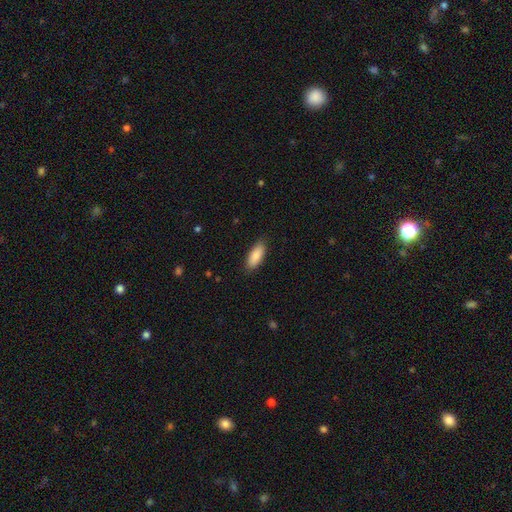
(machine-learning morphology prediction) smooth_or_featured: smooth (p=0.88) [alt: featured or disk p=0.06]
how_rounded: in between (p=0.79) [alt: cigar-shaped p=0.19]
merging: none (p=0.86) [alt: minor disturbance p=0.11]